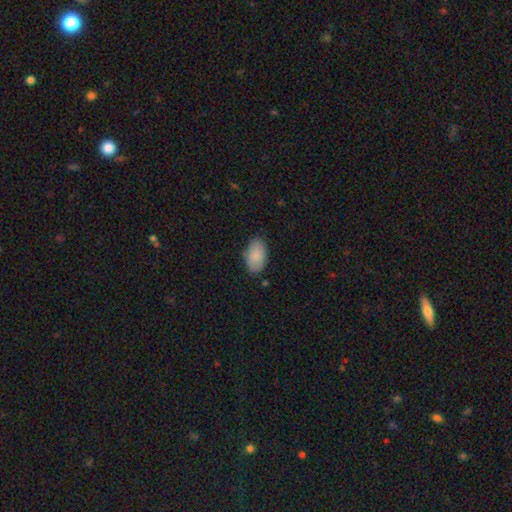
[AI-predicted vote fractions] smooth-or-featured: smooth: 87% | featured or disk: 7% | star or artifact: 6%
  how-rounded: in between: 94% | round: 4% | cigar-shaped: 1%
  merging: none: 83% | minor disturbance: 13% | major disturbance: 3% | merger: 1%